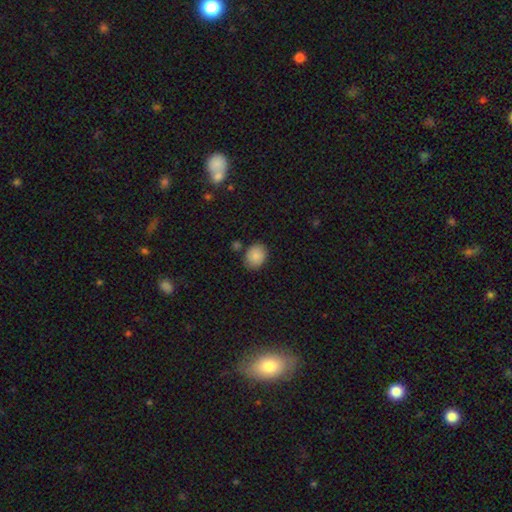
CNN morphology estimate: Smooth or featured: smooth — 86% (star or artifact — 8%)
How rounded: in between — 51% (round — 48%)
Merging: none — 81% (minor disturbance — 12%)